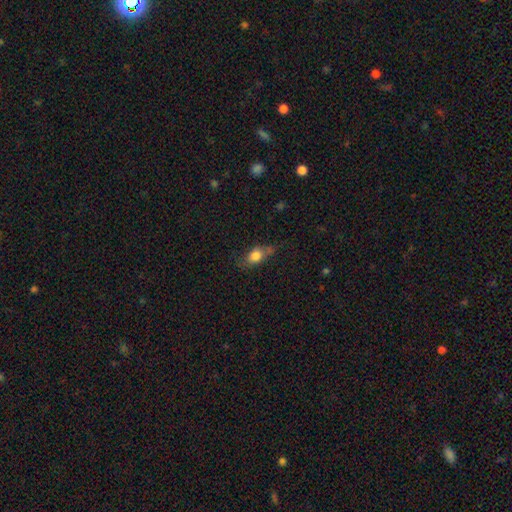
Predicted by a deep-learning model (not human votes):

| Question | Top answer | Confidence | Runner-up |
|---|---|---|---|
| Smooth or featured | smooth | 77% | featured or disk (13%) |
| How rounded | in between | 73% | round (20%) |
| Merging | none | 54% | minor disturbance (29%) |